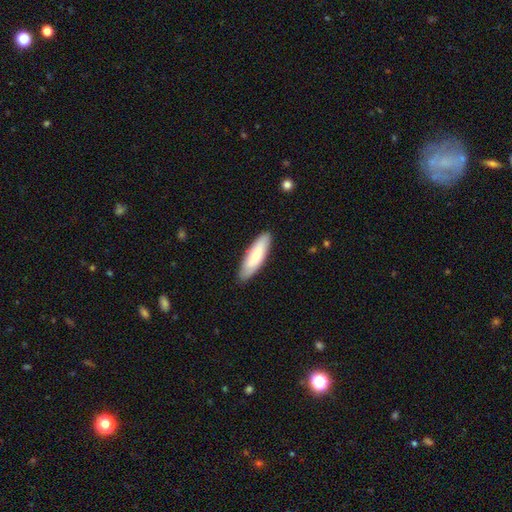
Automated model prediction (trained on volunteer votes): smooth 71%, featured or disk 25%, star or artifact 5%. Down the decision tree: how rounded — cigar-shaped (55%); merging — none (88%).